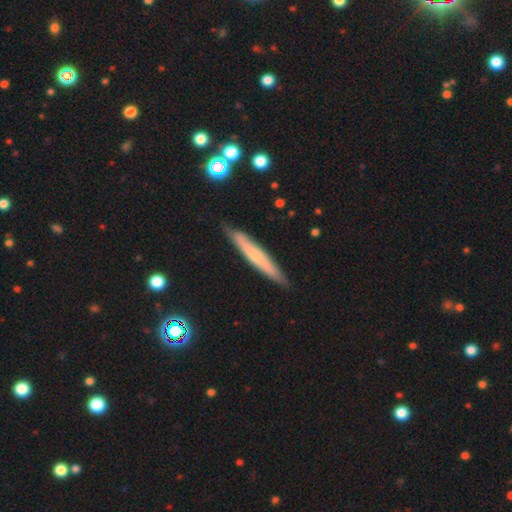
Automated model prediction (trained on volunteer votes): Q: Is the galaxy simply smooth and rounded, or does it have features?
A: smooth — 51%.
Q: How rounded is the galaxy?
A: cigar-shaped — 95%.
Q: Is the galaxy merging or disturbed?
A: none — 87%.